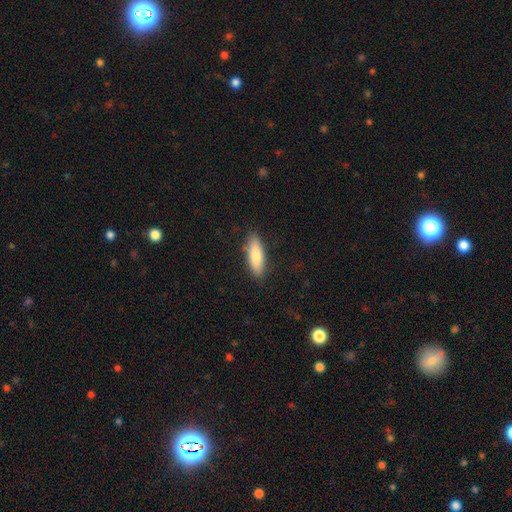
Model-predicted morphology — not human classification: type=smooth (80%); roundness=in between (53%); merging=none (85%).